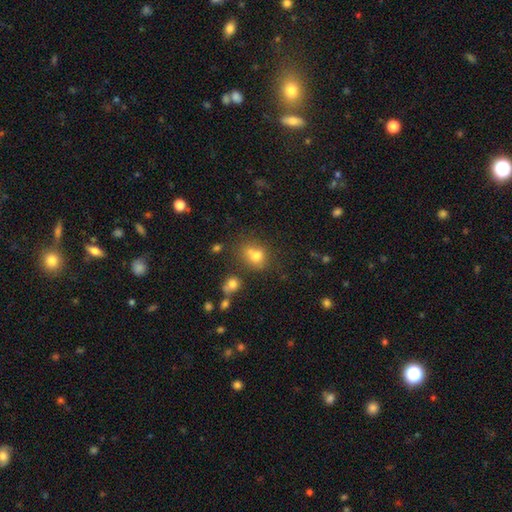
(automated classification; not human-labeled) Smooth or featured? Predicted: smooth (p=0.73). How rounded? Predicted: round (p=0.53). Merging? Predicted: none (p=0.43).